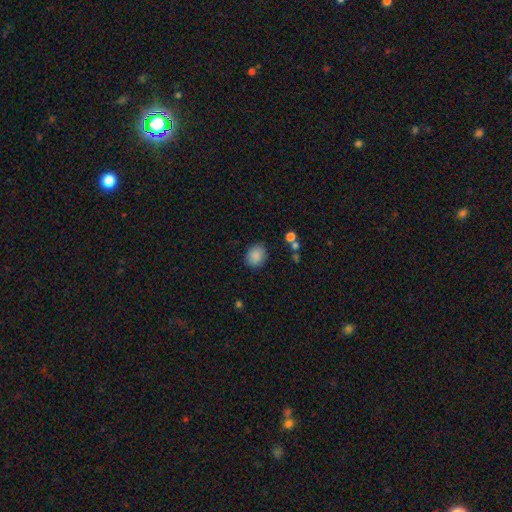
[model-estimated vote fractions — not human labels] Q: Smooth or featured?
A: smooth (87%); runner-up: star or artifact (8%)
Q: How rounded?
A: round (56%); runner-up: in between (43%)
Q: Merging?
A: none (83%); runner-up: minor disturbance (12%)